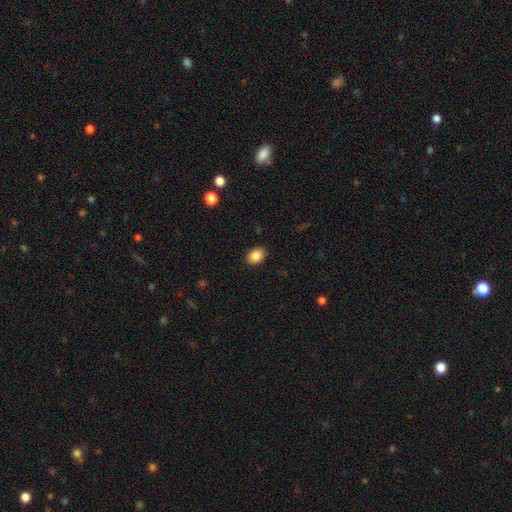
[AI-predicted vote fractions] A smooth galaxy with no disk features (86%) that is in between round and cigar-shaped (75%). Merging: none (89%).